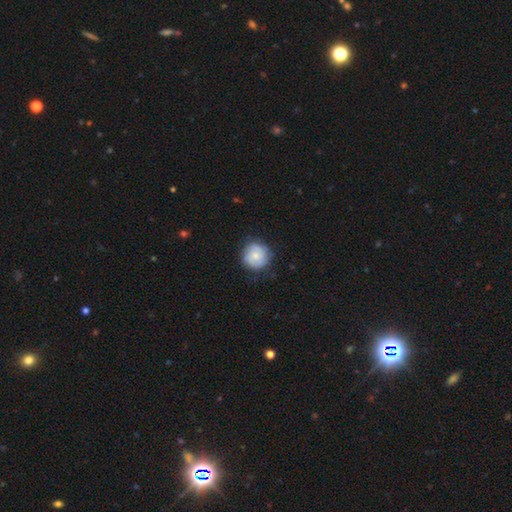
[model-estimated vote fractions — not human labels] smooth_or_featured: smooth (p=0.64) [alt: featured or disk p=0.29]
how_rounded: round (p=0.92) [alt: in between p=0.07]
merging: none (p=0.78) [alt: minor disturbance p=0.17]